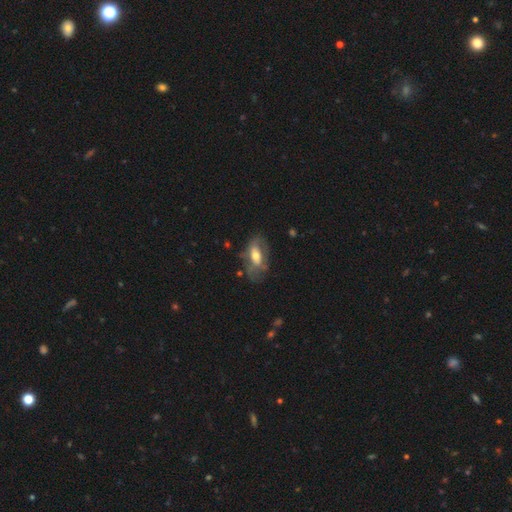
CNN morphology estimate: smooth-or-featured: featured or disk: 52% | smooth: 41% | star or artifact: 7%
  disk-edge-on: no: 88% | yes: 12%
  merging: none: 46% | minor disturbance: 27% | major disturbance: 23% | merger: 3%